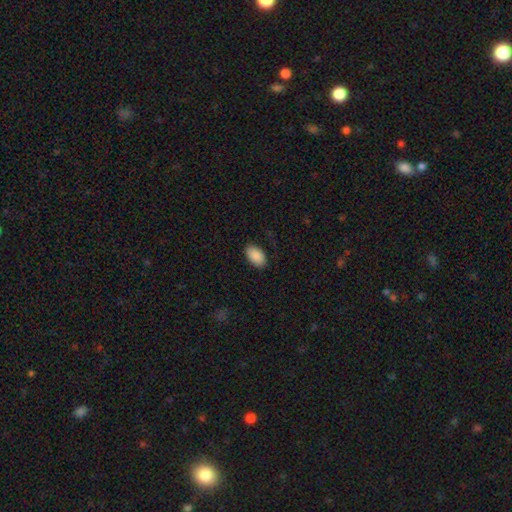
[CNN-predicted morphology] smooth 90%, star or artifact 7%, featured or disk 3%. Down the decision tree: how rounded — in between (94%); merging — none (87%).